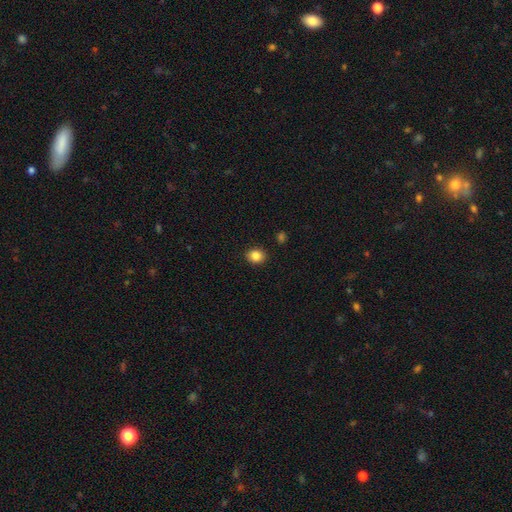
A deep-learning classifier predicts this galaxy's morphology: smooth_or_featured: smooth (p=0.85) [alt: star or artifact p=0.10]
how_rounded: round (p=0.59) [alt: in between p=0.40]
merging: none (p=0.90) [alt: minor disturbance p=0.07]